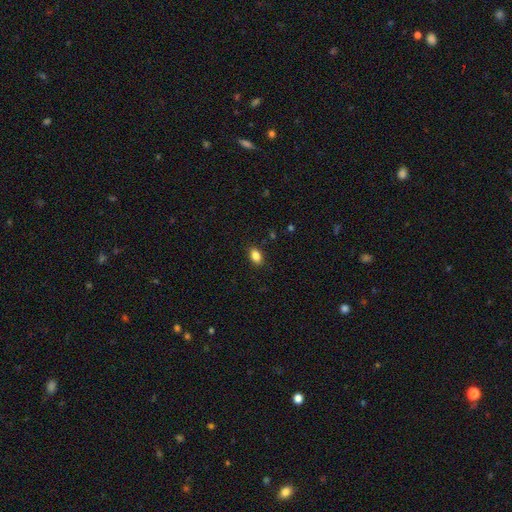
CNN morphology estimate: smooth_or_featured: smooth (p=0.86) [alt: star or artifact p=0.09]
how_rounded: in between (p=0.86) [alt: round p=0.12]
merging: none (p=0.87) [alt: minor disturbance p=0.09]